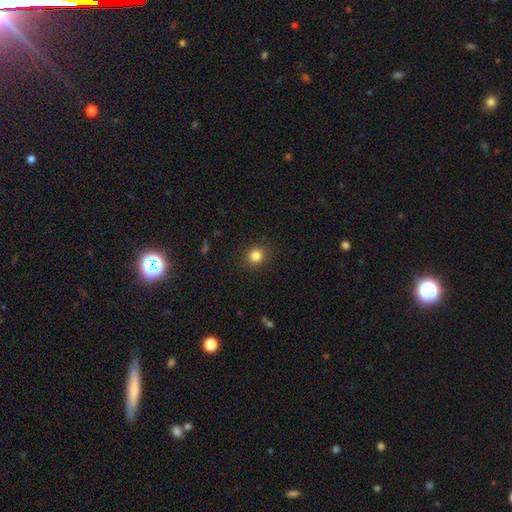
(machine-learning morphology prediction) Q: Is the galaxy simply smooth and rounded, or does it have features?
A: smooth — 83%.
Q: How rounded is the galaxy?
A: round — 86%.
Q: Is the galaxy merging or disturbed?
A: none — 90%.